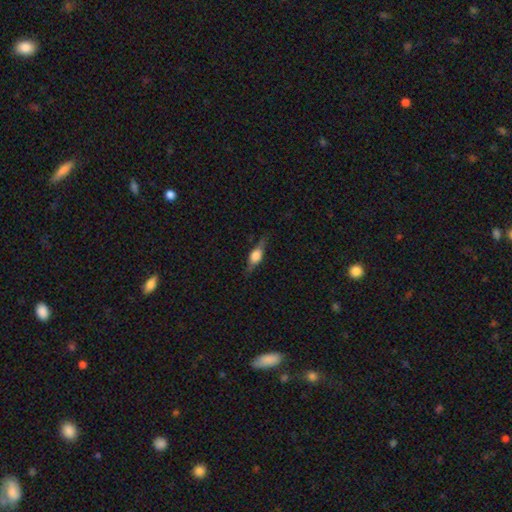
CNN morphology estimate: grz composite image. It shows a featured or disk galaxy (55%) viewed edge-on (94%) with a rounded central bulge (87%). Merging: none (79%).